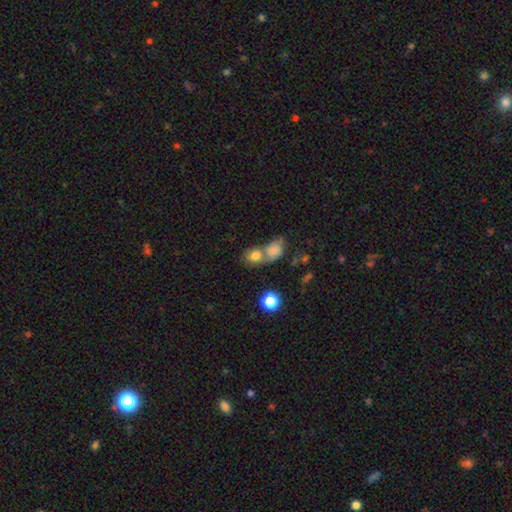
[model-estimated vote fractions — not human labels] Smooth or featured?
  - smooth: 78% *
  - star or artifact: 11%
  - featured or disk: 10%
How rounded?
  - round: 52% *
  - in between: 47%
  - cigar-shaped: 2%
Merging?
  - merger: 54% *
  - none: 33%
  - minor disturbance: 9%
  - major disturbance: 5%